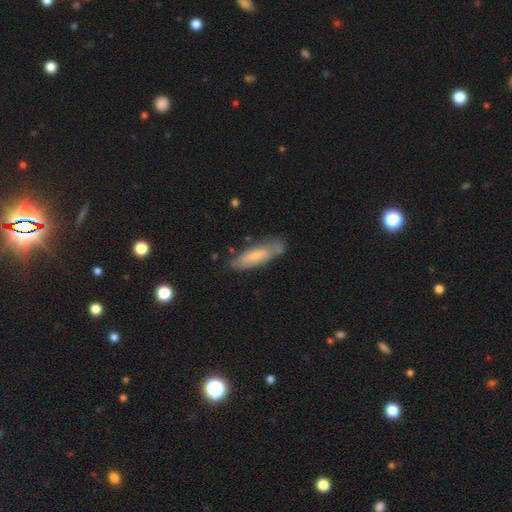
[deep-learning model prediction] Morphology: type=smooth (61%); roundness=cigar-shaped (49%, tied with in between); merging=none (66%).